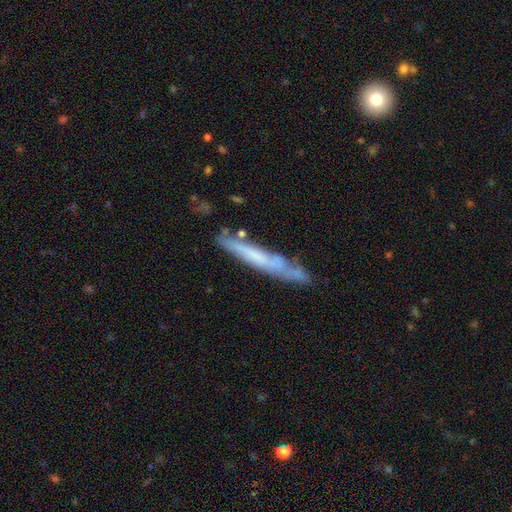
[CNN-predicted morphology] This appears to be a featured or disk galaxy (52%) viewed edge-on (75%). Merging: none (64%).